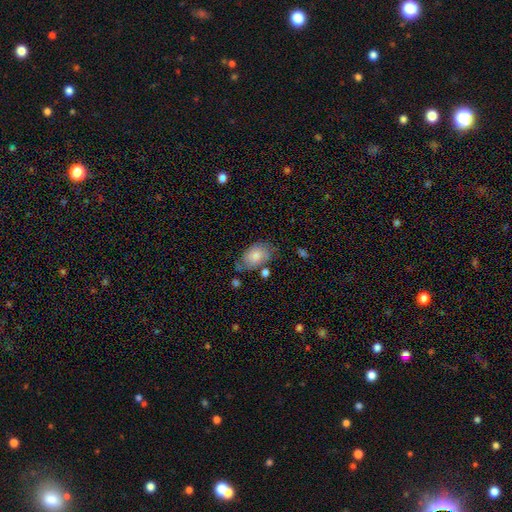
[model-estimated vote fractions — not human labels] smooth 73%, featured or disk 20%, star or artifact 7%. Down the decision tree: how rounded — in between (89%); merging — none (53%).